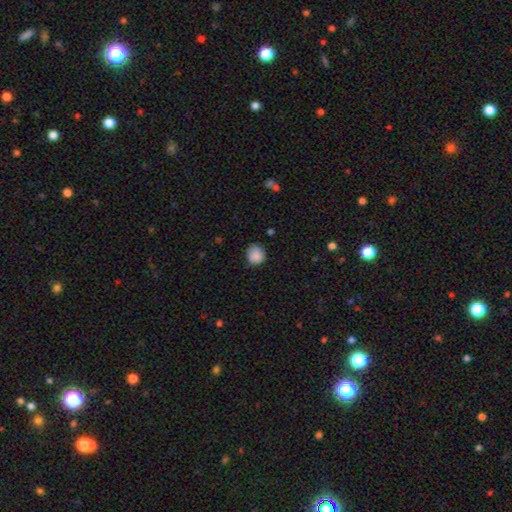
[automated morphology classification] This appears to be a smooth galaxy with no disk features (87%) that is round (78%). Merging: none (70%).